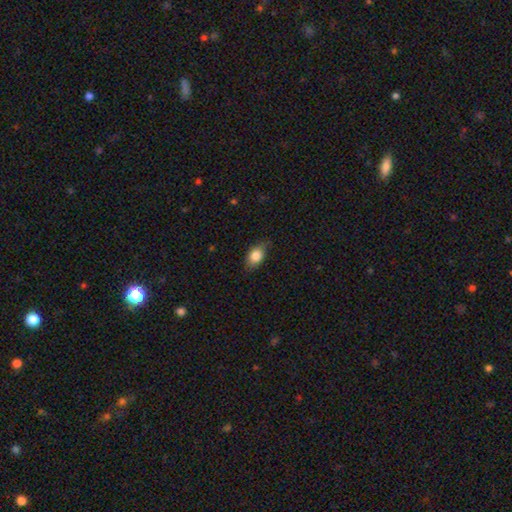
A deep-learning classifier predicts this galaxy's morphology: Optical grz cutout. It shows a smooth galaxy with no disk features (83%) that is in between round and cigar-shaped (83%). Merging: none (73%).